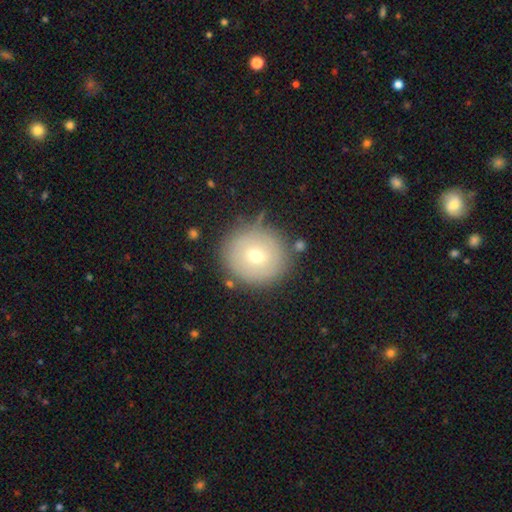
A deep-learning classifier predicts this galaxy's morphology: Smooth or featured? smooth (63%)
How rounded? round (93%)
Merging? none (83%)